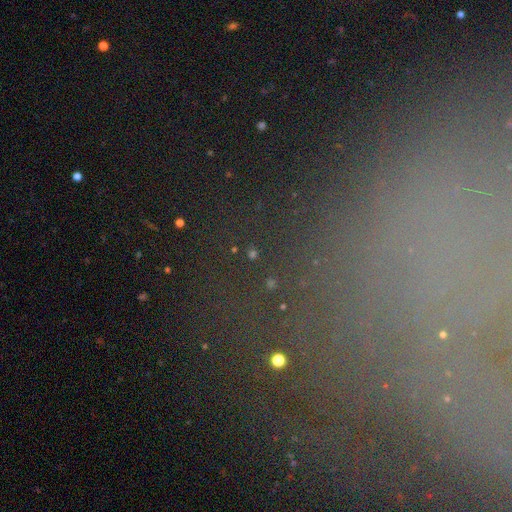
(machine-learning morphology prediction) smooth-or-featured: star or artifact: 64% | smooth: 18% | featured or disk: 18%